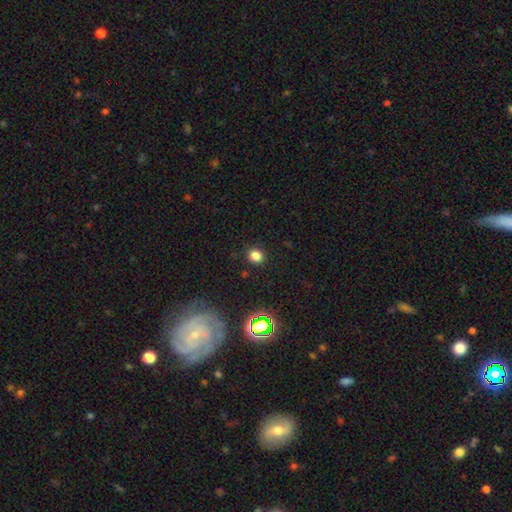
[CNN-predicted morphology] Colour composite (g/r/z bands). It shows a smooth galaxy with no disk features (80%) that is round (81%). Merging: none (89%).